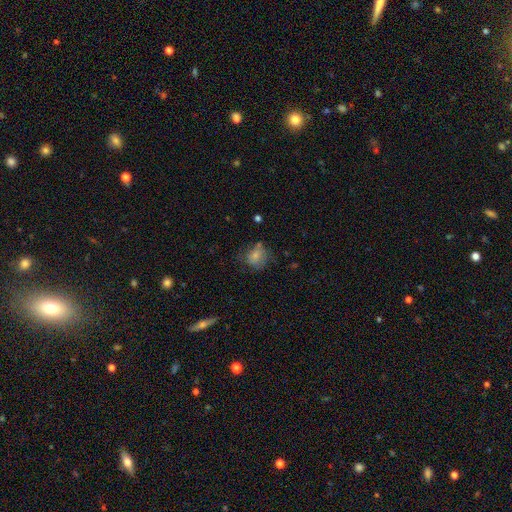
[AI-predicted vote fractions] Smooth or featured? smooth (71%)
How rounded? round (61%)
Merging? none (51%)